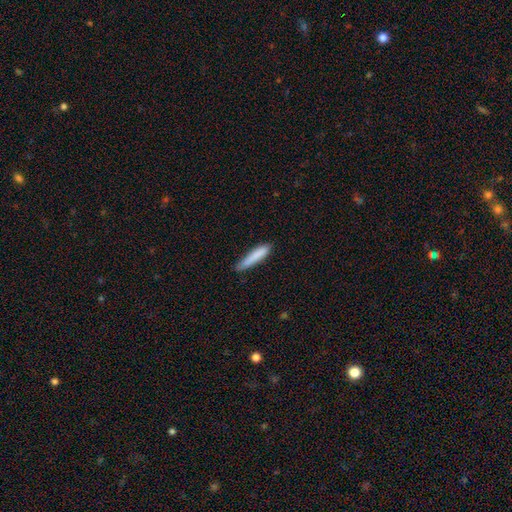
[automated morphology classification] Smooth or featured?
  - smooth: 83% *
  - featured or disk: 11%
  - star or artifact: 6%
How rounded?
  - cigar-shaped: 89% *
  - in between: 10%
  - round: 1%
Merging?
  - none: 71% *
  - minor disturbance: 23%
  - major disturbance: 4%
  - merger: 2%